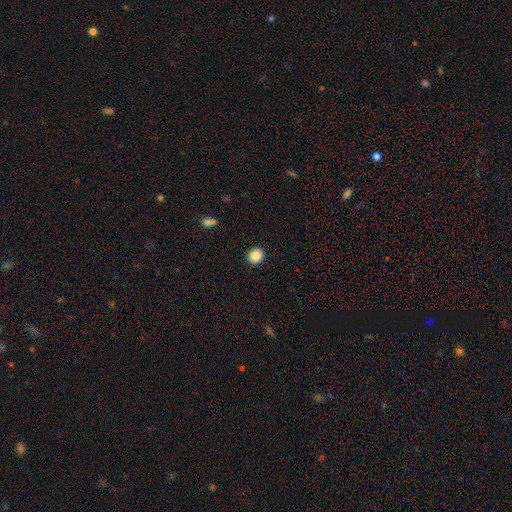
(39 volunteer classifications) smooth_or_featured: smooth (p=0.95) [alt: featured or disk p=0.05]
how_rounded: round (p=0.97) [alt: in between p=0.03]
merging: none (p=1.00)